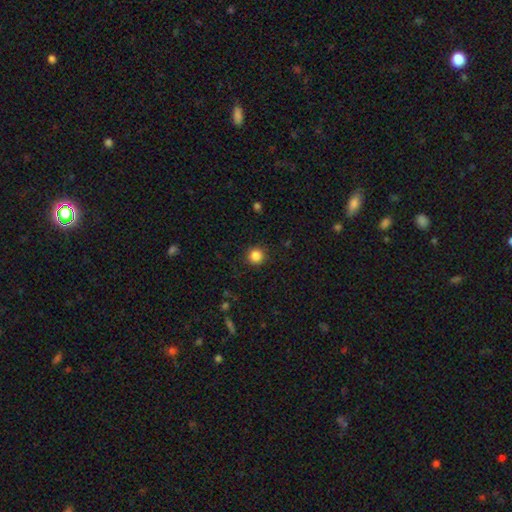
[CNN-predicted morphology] smooth_or_featured: smooth (p=0.85) [alt: star or artifact p=0.11]
how_rounded: round (p=0.94) [alt: in between p=0.05]
merging: none (p=0.91) [alt: minor disturbance p=0.06]